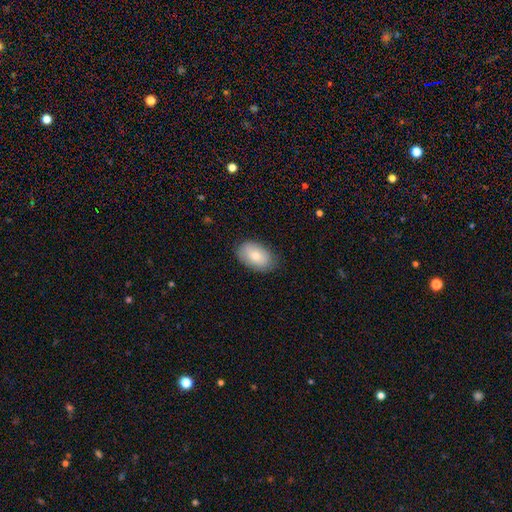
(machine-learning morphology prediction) A smooth galaxy with no disk features (77%) that is in between round and cigar-shaped (92%).

Vote fractions:
- Smooth or featured? smooth: 77% / featured or disk: 17% / star or artifact: 7%
- How rounded? in between: 92% / round: 7% / cigar-shaped: 1%
- Merging? none: 81% / minor disturbance: 15% / major disturbance: 3% / merger: 1%